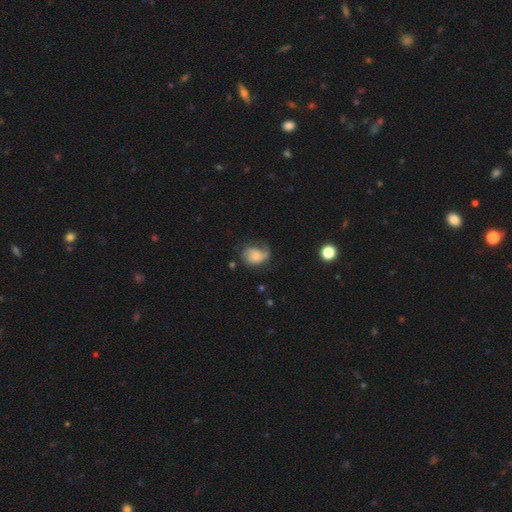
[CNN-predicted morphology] smooth-or-featured: featured or disk: 56% | smooth: 36% | star or artifact: 8%
  disk-edge-on: no: 97% | yes: 3%
    bar: no: 72% | weak: 23% | strong: 4%
    has-spiral-arms: yes: 87% | no: 13%
    bulge-size: small: 40% | moderate: 24% | none: 23% | large: 10% | dominant: 3%
  merging: none: 44% | minor disturbance: 28% | major disturbance: 25% | merger: 2%